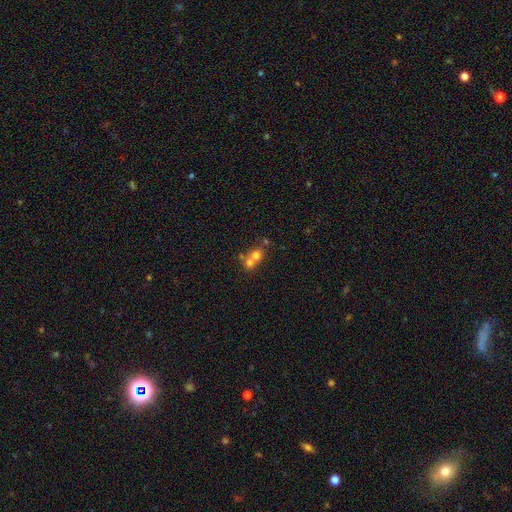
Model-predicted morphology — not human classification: smooth_or_featured: smooth (p=0.67) [alt: featured or disk p=0.19]
how_rounded: round (p=0.80) [alt: in between p=0.19]
merging: merger (p=0.65) [alt: none p=0.28]